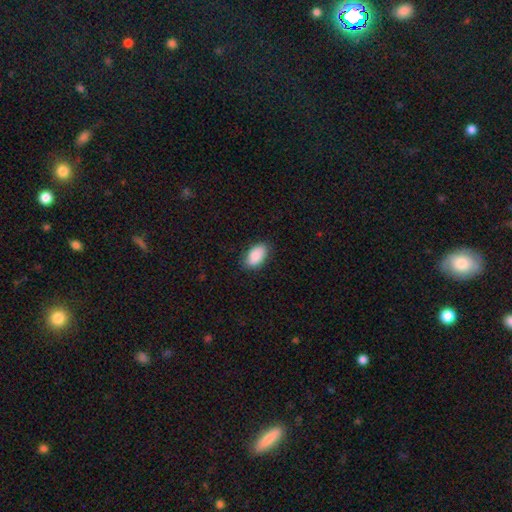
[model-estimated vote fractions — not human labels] smooth_or_featured: smooth (p=0.88) [alt: star or artifact p=0.06]
how_rounded: in between (p=0.94) [alt: round p=0.04]
merging: none (p=0.83) [alt: minor disturbance p=0.13]